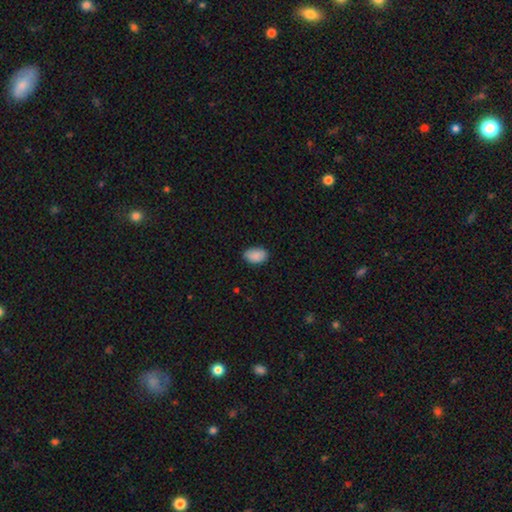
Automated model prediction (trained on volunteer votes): Smooth or featured: smooth — 90% (star or artifact — 7%)
How rounded: in between — 90% (round — 8%)
Merging: none — 85% (minor disturbance — 12%)